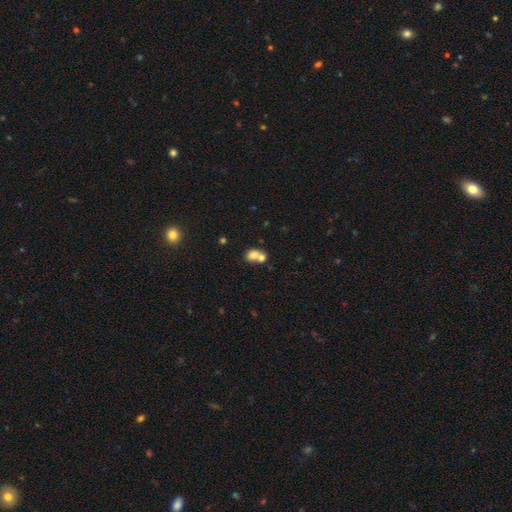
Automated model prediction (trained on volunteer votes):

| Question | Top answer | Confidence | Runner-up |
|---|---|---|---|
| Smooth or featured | smooth | 73% | featured or disk (16%) |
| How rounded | in between | 55% | round (44%) |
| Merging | merger | 65% | none (24%) |